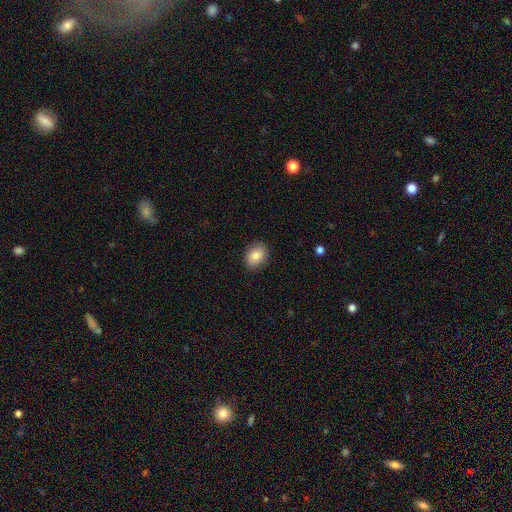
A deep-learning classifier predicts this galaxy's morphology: This is clearly a smooth galaxy (83%). How rounded: possibly in between (57%). Merging: clearly none (88%).